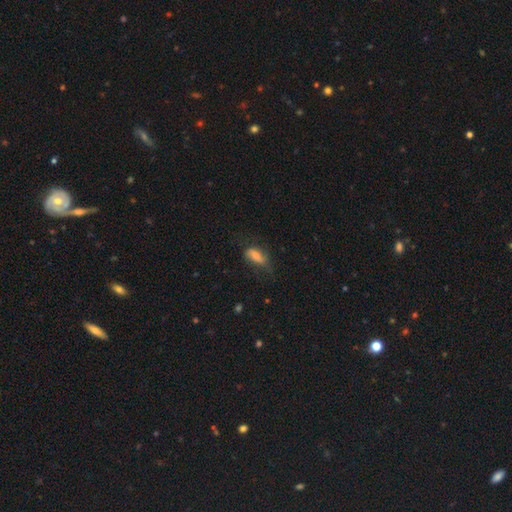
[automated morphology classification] Smooth or featured: smooth — 65% (featured or disk — 26%)
How rounded: in between — 83% (cigar-shaped — 12%)
Merging: none — 48% (minor disturbance — 31%)